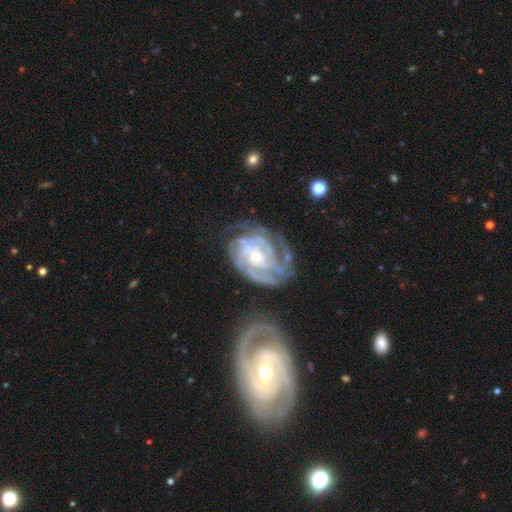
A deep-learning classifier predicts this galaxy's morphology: A featured or disk galaxy (88%) with no bar (64%), tight (65%) spiral arms (96%) and a small central bulge (59%).

Vote fractions:
- Smooth or featured? featured or disk: 88% / smooth: 6% / star or artifact: 6%
- Edge-on disk? no: 97% / yes: 3%
- Bar? no: 64% / weak: 28% / strong: 8%
- Spiral arms? yes: 96% / no: 4%
- Spiral winding? tight: 65% / medium: 29% / loose: 6%
- Spiral arm count? can't tell: 29% / 3: 22% / 4: 20% / 2: 14% / more than 4: 9% / 1: 6%
- Bulge size? small: 59% / moderate: 35% / large: 2% / none: 2% / dominant: 1%
- Merging? none: 57% / minor disturbance: 21% / major disturbance: 16% / merger: 7%